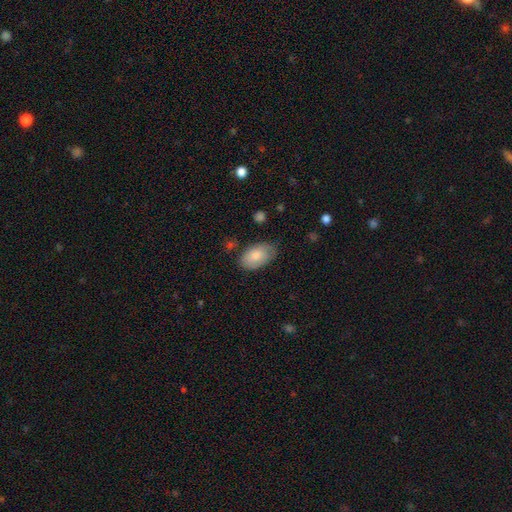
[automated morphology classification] Q: Smooth or featured?
A: smooth (78%); runner-up: featured or disk (16%)
Q: How rounded?
A: in between (94%); runner-up: round (5%)
Q: Merging?
A: none (70%); runner-up: minor disturbance (23%)